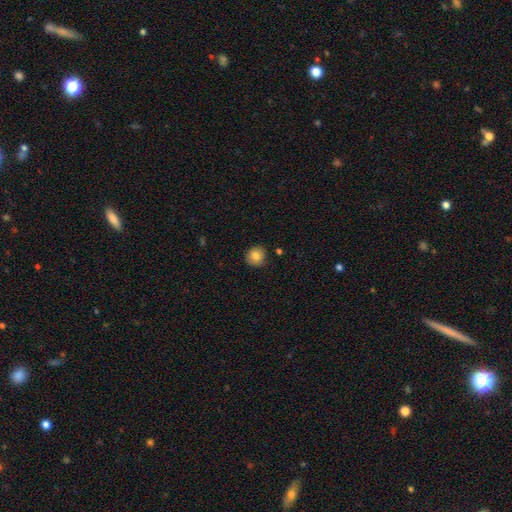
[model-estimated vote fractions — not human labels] Smooth or featured? smooth (83%)
How rounded? round (89%)
Merging? none (87%)